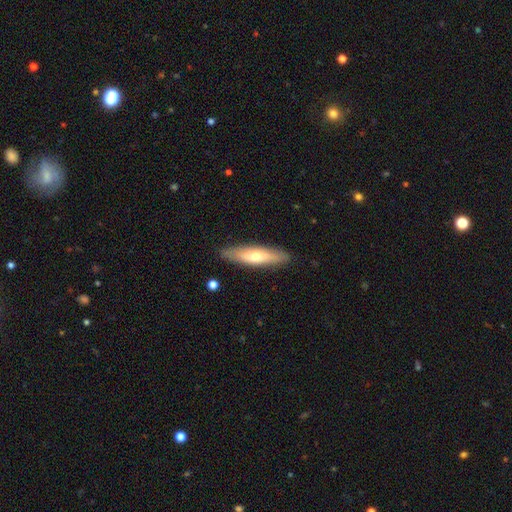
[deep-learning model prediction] This is possibly a smooth galaxy (54%). How rounded: likely cigar-shaped (73%). Merging: clearly none (87%).